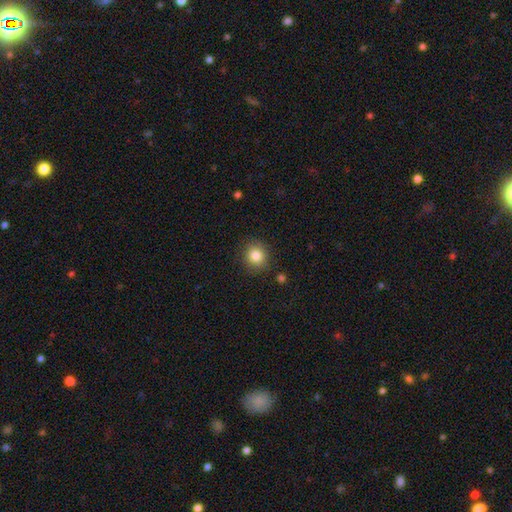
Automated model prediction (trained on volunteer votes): Morphology: type=smooth (83%); roundness=round (87%); merging=none (88%).